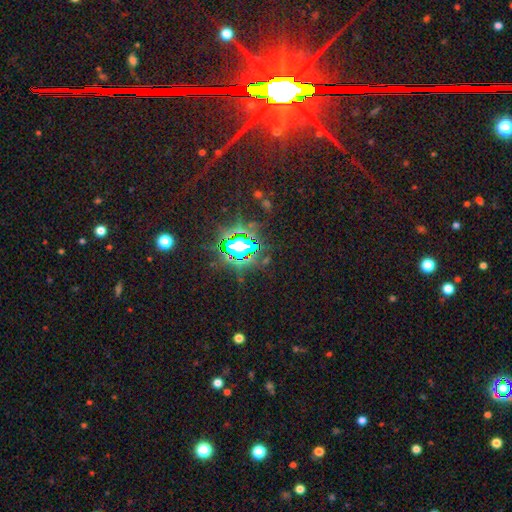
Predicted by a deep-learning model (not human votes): smooth-or-featured: star or artifact: 84% | featured or disk: 9% | smooth: 7%